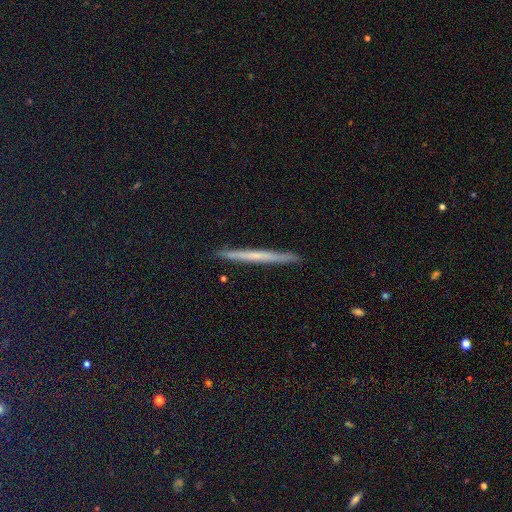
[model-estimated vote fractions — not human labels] smooth_or_featured: featured or disk (p=0.48) [alt: smooth p=0.44]
merging: none (p=0.92) [alt: minor disturbance p=0.06]